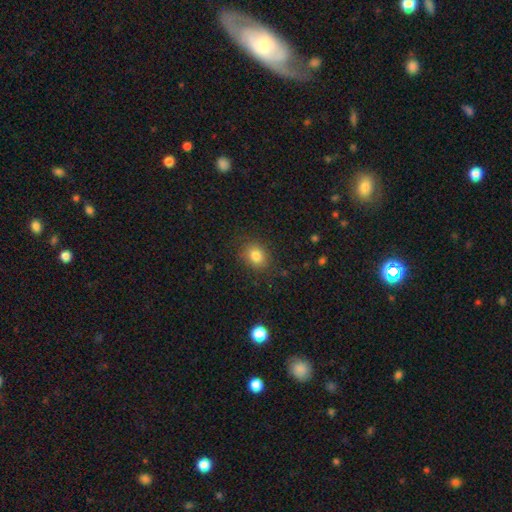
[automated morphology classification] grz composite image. It shows a smooth galaxy with no disk features (82%) that is in between round and cigar-shaped (53%). Merging: none (82%).